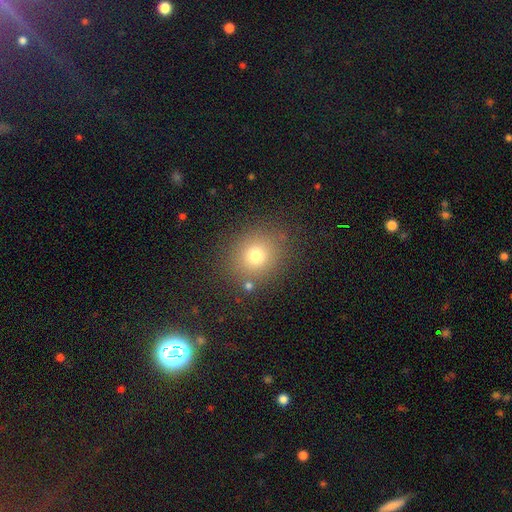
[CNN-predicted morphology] smooth-or-featured: smooth: 74% | star or artifact: 16% | featured or disk: 10%
  how-rounded: round: 78% | in between: 21% | cigar-shaped: 1%
  merging: none: 82% | minor disturbance: 9% | major disturbance: 4% | merger: 4%